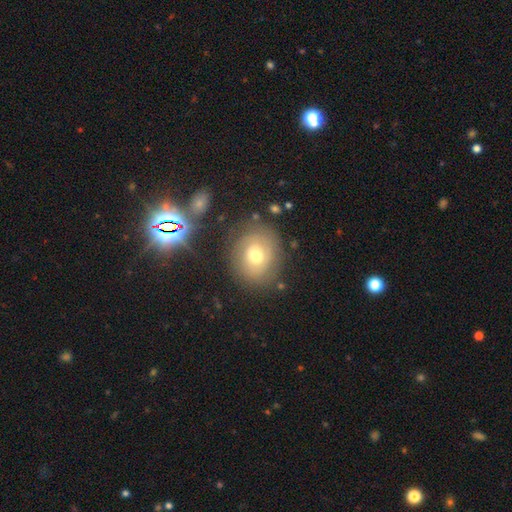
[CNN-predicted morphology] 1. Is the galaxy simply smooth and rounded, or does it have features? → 54% smooth, 33% featured or disk, 13% star or artifact.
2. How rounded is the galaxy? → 61% round, 38% in between, 1% cigar-shaped.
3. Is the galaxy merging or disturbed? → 76% none, 15% minor disturbance, 6% major disturbance, 3% merger.